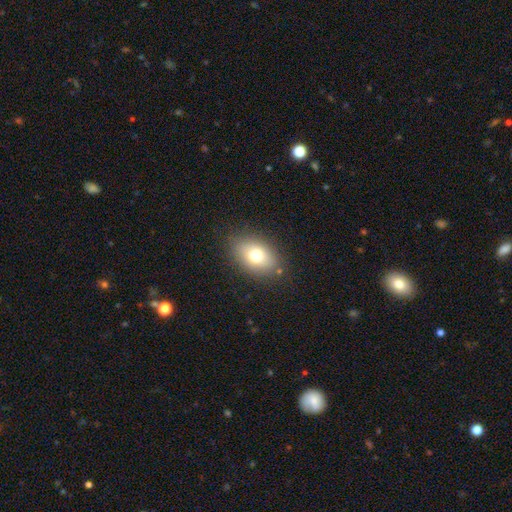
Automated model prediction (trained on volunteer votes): Smooth or featured? smooth (73%)
How rounded? in between (80%)
Merging? none (83%)